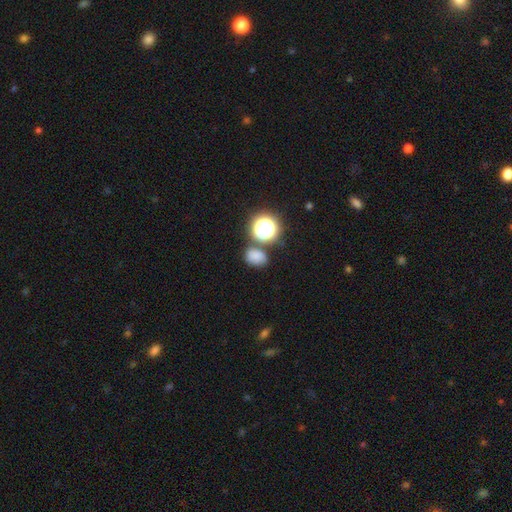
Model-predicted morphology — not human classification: smooth-or-featured: smooth: 74% | star or artifact: 20% | featured or disk: 7%
  how-rounded: in between: 56% | round: 43% | cigar-shaped: 1%
  merging: none: 67% | merger: 14% | minor disturbance: 13% | major disturbance: 5%